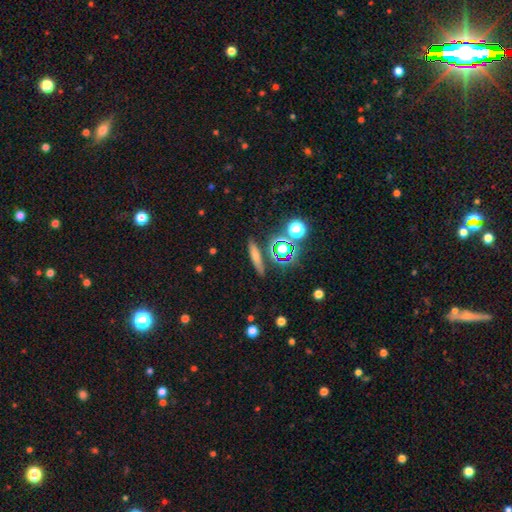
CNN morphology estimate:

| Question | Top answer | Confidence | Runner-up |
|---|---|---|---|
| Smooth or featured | smooth | 59% | featured or disk (24%) |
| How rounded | cigar-shaped | 77% | in between (12%) |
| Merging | none | 82% | minor disturbance (10%) |